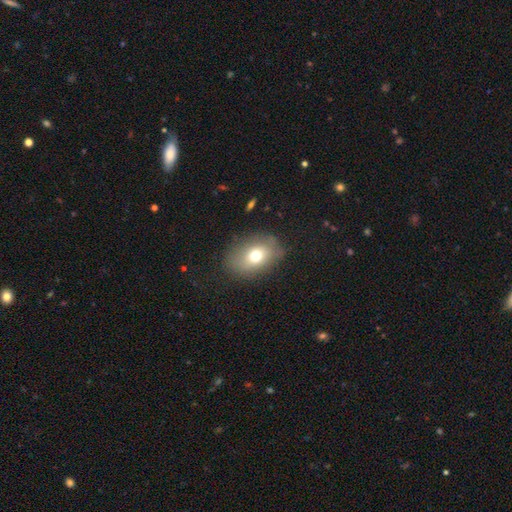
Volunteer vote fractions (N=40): Smooth or featured?
  - smooth: 80% *
  - featured or disk: 10%
  - star or artifact: 10%
How rounded?
  - in between: 81% *
  - round: 19%
  - cigar-shaped: 0%
Merging?
  - none: 69% *
  - minor disturbance: 17%
  - major disturbance: 11%
  - merger: 3%